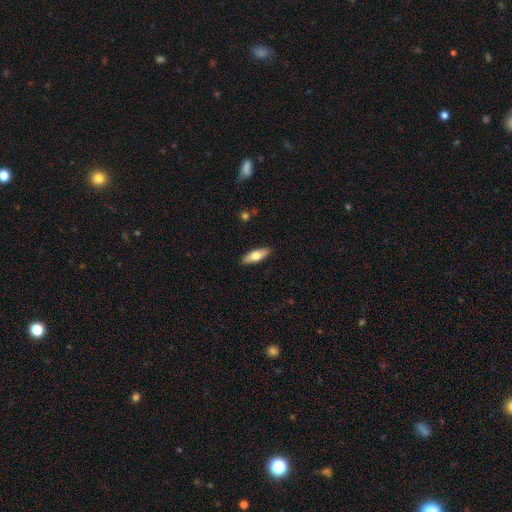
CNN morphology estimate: Smooth or featured? Predicted: smooth (p=0.66). How rounded? Predicted: in between (p=0.61). Merging? Predicted: none (p=0.89).